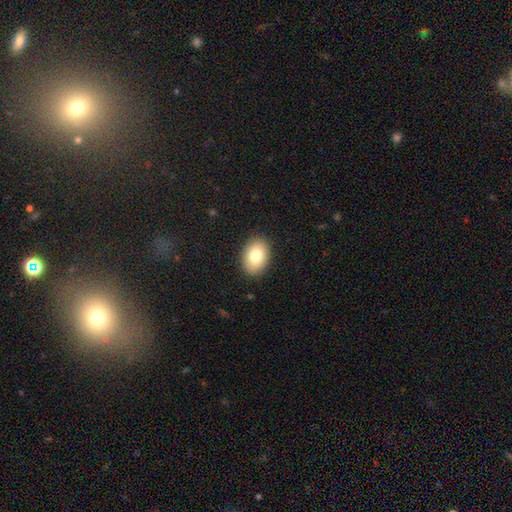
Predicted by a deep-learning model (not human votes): Morphology: type=smooth (80%); roundness=in between (82%); merging=none (89%).